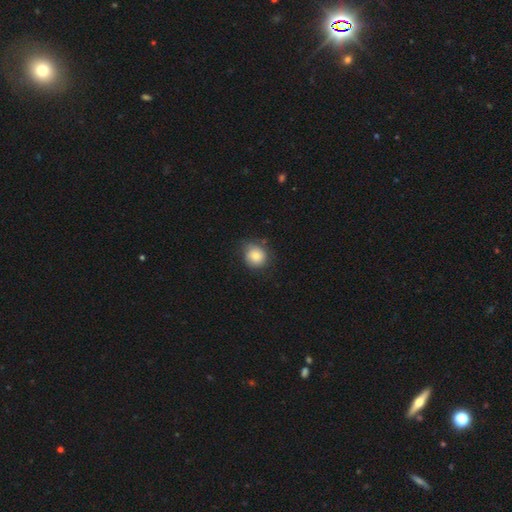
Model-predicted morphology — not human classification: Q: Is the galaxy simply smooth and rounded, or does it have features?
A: smooth — 81%.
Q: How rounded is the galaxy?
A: round — 82%.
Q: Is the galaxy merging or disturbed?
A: none — 70%.